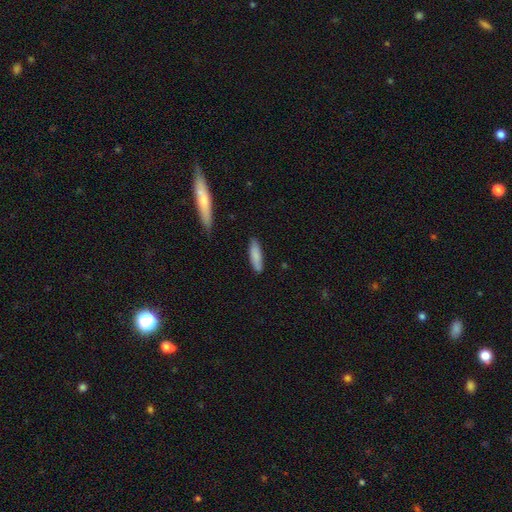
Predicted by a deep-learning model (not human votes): smooth-or-featured: smooth: 84% | featured or disk: 10% | star or artifact: 6%
  how-rounded: cigar-shaped: 66% | in between: 32% | round: 2%
  merging: none: 85% | minor disturbance: 12% | major disturbance: 2% | merger: 2%